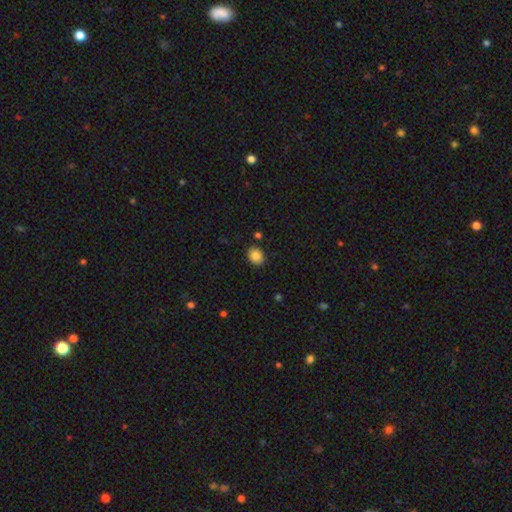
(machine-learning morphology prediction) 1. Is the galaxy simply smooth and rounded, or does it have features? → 85% smooth, 9% star or artifact, 6% featured or disk.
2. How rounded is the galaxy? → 50% in between, 49% round, 1% cigar-shaped.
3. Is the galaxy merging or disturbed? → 86% none, 9% minor disturbance, 3% merger, 2% major disturbance.